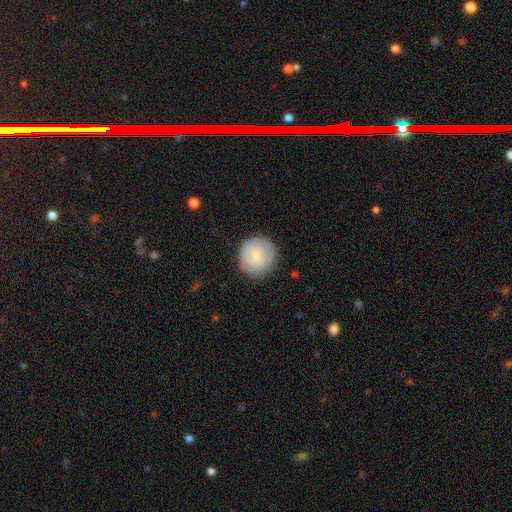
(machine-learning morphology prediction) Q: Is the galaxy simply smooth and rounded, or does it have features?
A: smooth — 71%.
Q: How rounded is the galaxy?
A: round — 93%.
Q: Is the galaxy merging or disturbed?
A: none — 86%.